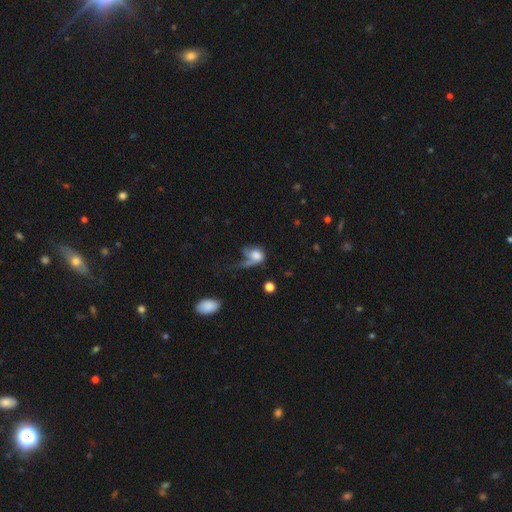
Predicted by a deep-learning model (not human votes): The model was most divided on "how rounded": in between: 60%, round: 38%, cigar-shaped: 2%. Remaining: smooth or featured — smooth (60%); merging — major disturbance (48%).